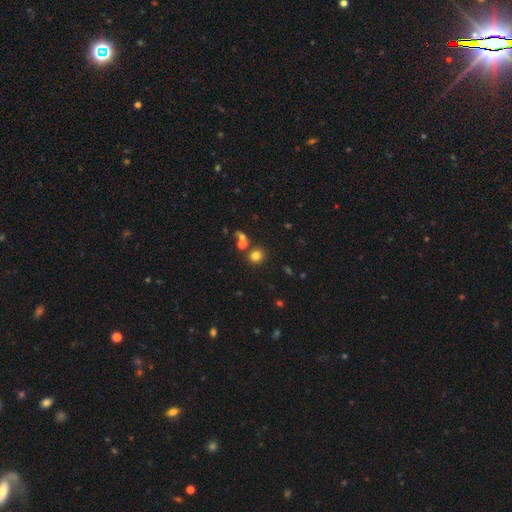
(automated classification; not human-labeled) smooth 78%, star or artifact 15%, featured or disk 7%. Down the decision tree: how rounded — round (87%); merging — none (77%).